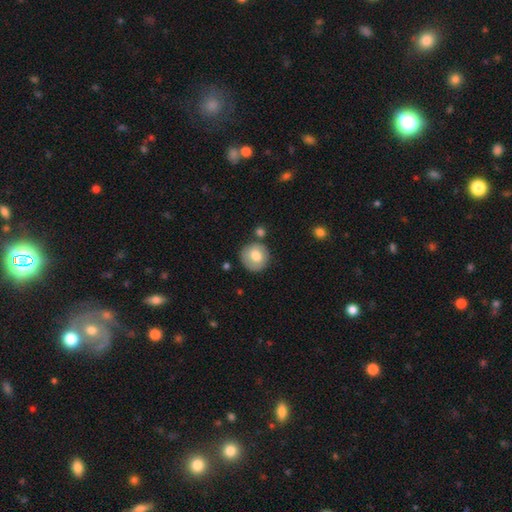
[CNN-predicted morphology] smooth 74%, featured or disk 19%, star or artifact 7%. Down the decision tree: how rounded — round (90%); merging — none (77%).